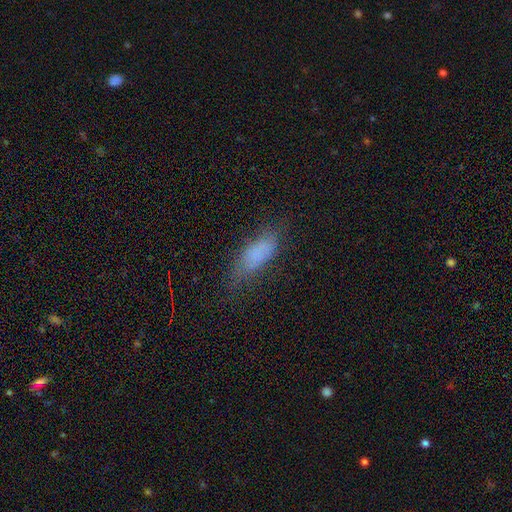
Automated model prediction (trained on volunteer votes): A smooth galaxy with no disk features (71%) that is in between round and cigar-shaped (69%). Merging: none (54%).